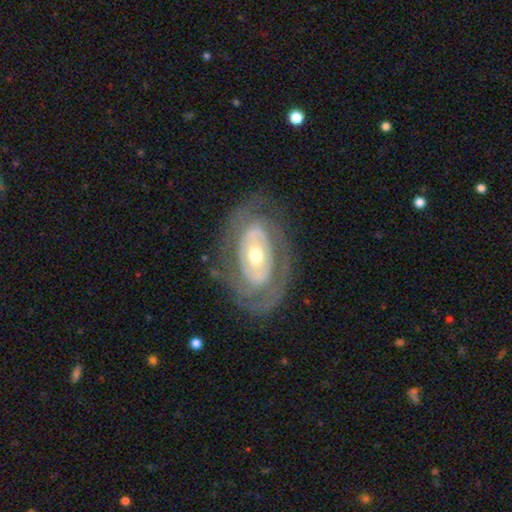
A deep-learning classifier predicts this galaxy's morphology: smooth_or_featured: featured or disk (p=0.82) [alt: smooth p=0.13]
disk_edge_on: no (p=0.94) [alt: yes p=0.06]
bar: no (p=0.63) [alt: weak p=0.22]
has_spiral_arms: yes (p=0.72) [alt: no p=0.28]
spiral_winding: tight (p=0.66) [alt: medium p=0.25]
spiral_arm_count: 2 (p=0.49) [alt: can't tell p=0.30]
bulge_size: moderate (p=0.58) [alt: small p=0.34]
merging: none (p=0.77) [alt: minor disturbance p=0.14]